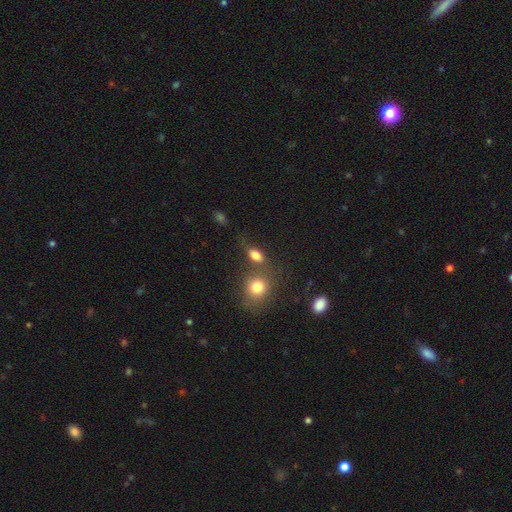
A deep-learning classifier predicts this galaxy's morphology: smooth_or_featured: smooth (p=0.80) [alt: star or artifact p=0.11]
how_rounded: in between (p=0.76) [alt: round p=0.19]
merging: none (p=0.50) [alt: merger p=0.26]